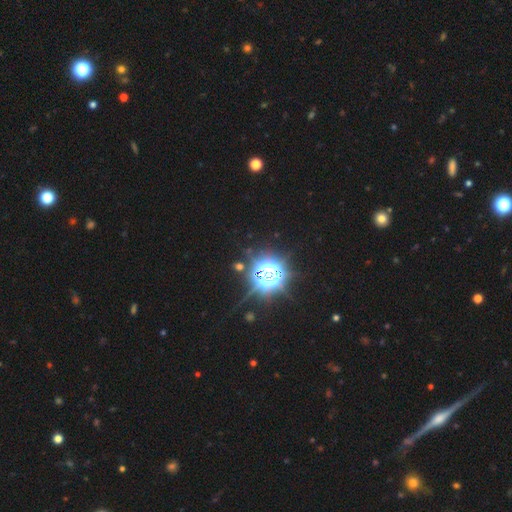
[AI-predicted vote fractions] Smooth or featured? star or artifact (85%)